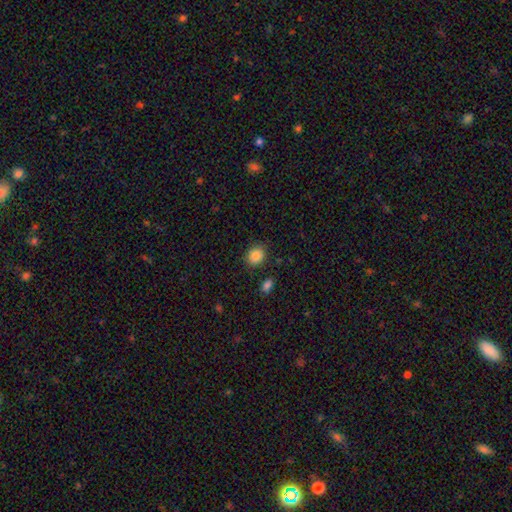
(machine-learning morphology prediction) smooth 85%, star or artifact 9%, featured or disk 5%. Down the decision tree: how rounded — round (66%); merging — none (86%).